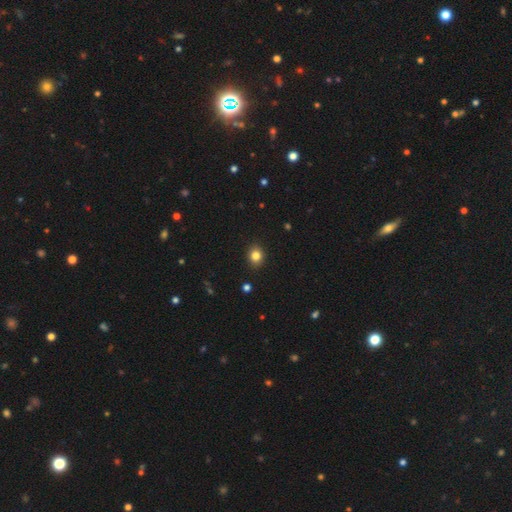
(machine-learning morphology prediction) Overall: smooth (83%). How rounded: round (64%; in between 35%). Merging: none (90%).